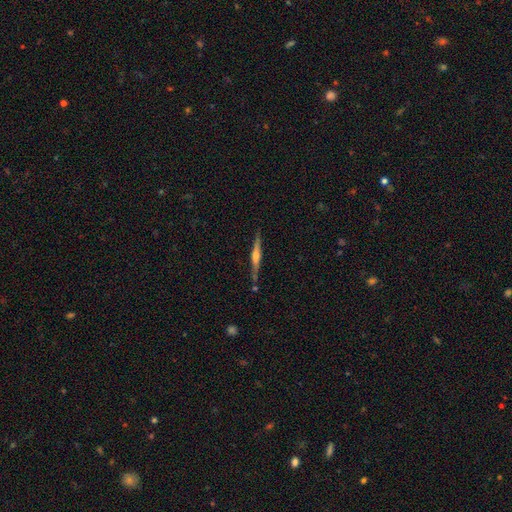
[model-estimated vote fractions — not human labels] This appears to be a featured or disk galaxy (76%) viewed edge-on (98%) with a rounded central bulge (82%). Merging: none (86%).